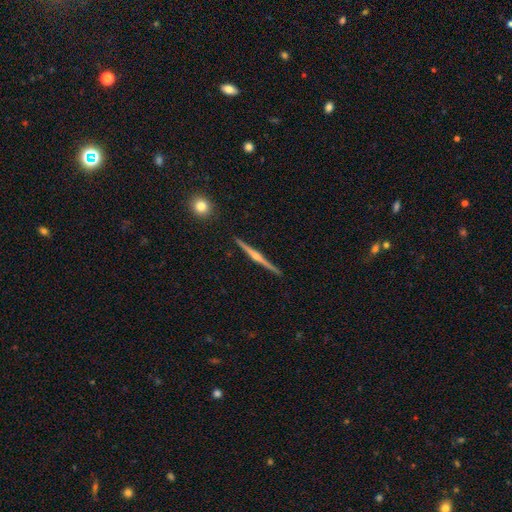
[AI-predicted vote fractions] A featured or disk galaxy (84%) viewed edge-on (99%) with a rounded central bulge (85%). Merging: none (92%).